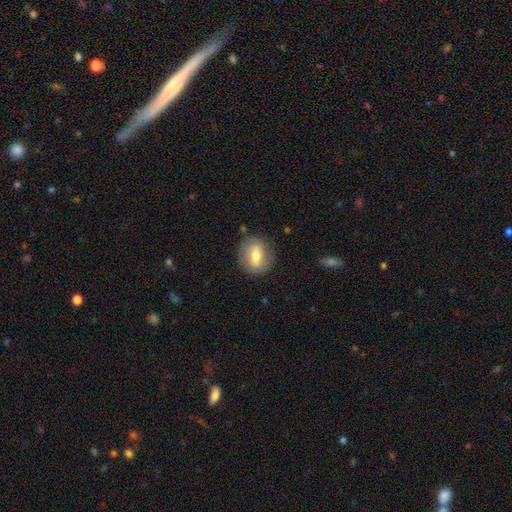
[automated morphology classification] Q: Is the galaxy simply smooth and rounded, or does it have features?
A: smooth — 58%.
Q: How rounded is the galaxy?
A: round — 61%.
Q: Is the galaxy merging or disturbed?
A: none — 81%.